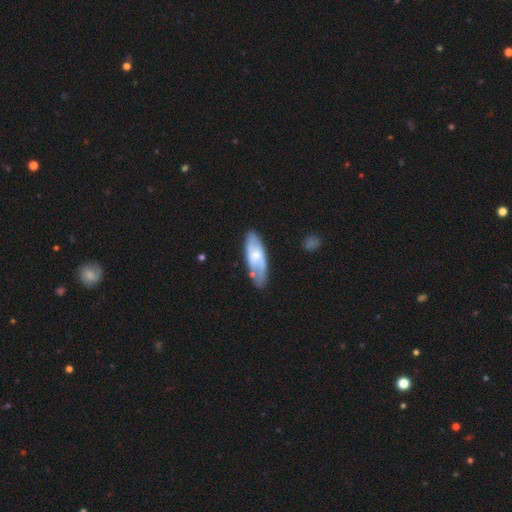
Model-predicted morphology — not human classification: This appears to be a featured or disk galaxy (49%). Merging: none (67%).